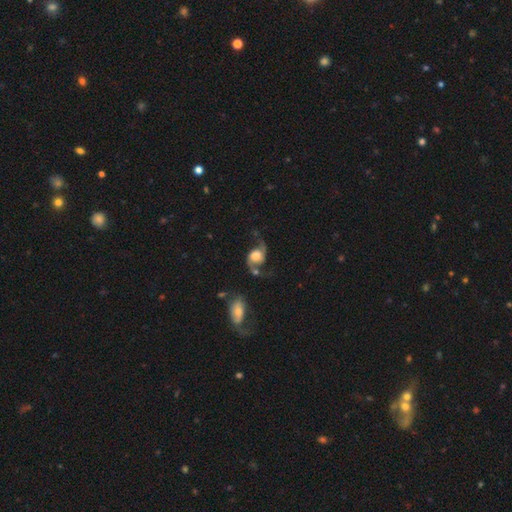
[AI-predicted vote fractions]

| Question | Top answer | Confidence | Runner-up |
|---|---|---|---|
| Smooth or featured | featured or disk | 77% | smooth (16%) |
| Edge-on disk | no | 97% | yes (3%) |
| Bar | no | 65% | weak (27%) |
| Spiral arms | yes | 94% | no (6%) |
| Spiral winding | loose | 74% | medium (22%) |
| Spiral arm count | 2 | 91% | 1 (4%) |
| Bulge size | large | 45% | moderate (30%) |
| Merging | none | 57% | minor disturbance (18%) |